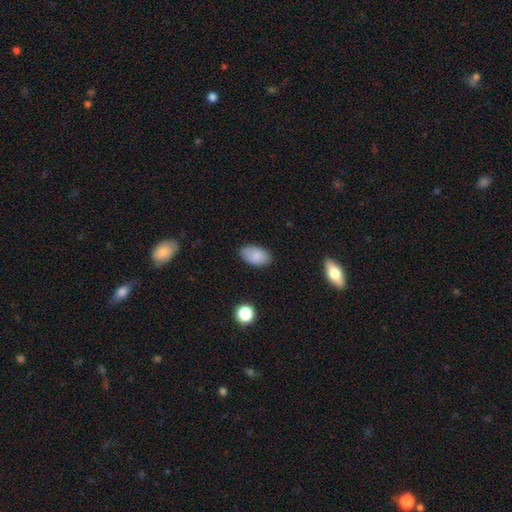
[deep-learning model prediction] Smooth or featured: smooth — 86% (star or artifact — 8%)
How rounded: in between — 92% (round — 6%)
Merging: none — 85% (minor disturbance — 12%)